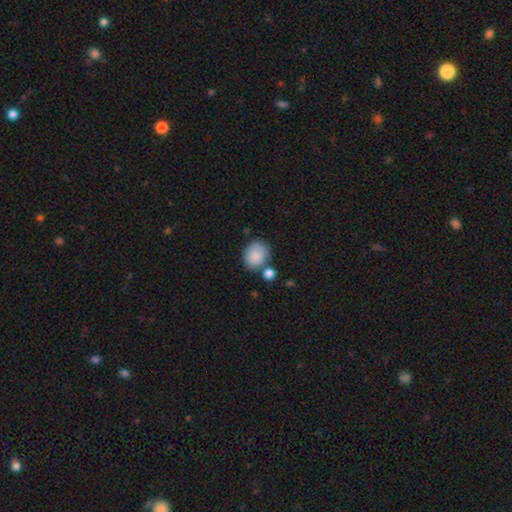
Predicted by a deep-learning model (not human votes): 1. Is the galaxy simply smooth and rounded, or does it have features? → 85% smooth, 8% featured or disk, 7% star or artifact.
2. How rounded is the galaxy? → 63% round, 36% in between, 1% cigar-shaped.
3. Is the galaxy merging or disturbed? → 61% none, 17% minor disturbance, 16% merger, 5% major disturbance.